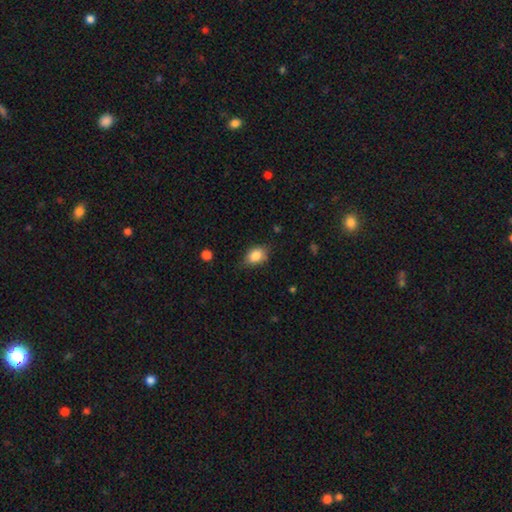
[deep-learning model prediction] Smooth or featured? Predicted: smooth (p=0.85). How rounded? Predicted: in between (p=0.78). Merging? Predicted: none (p=0.70).